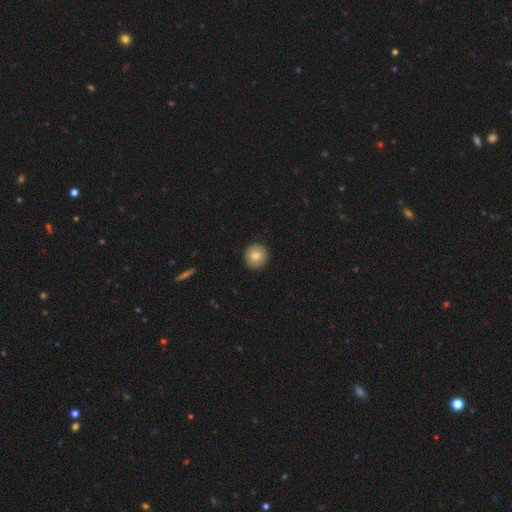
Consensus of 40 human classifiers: smooth-or-featured: smooth: 80% | star or artifact: 12% | featured or disk: 8%
  how-rounded: round: 94% | in between: 6% | cigar-shaped: 0%
  merging: none: 89% | minor disturbance: 9% | major disturbance: 3% | merger: 0%